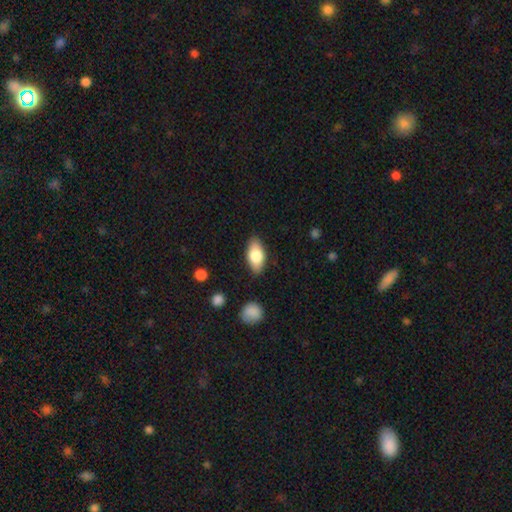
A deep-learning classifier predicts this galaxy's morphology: A smooth galaxy with no disk features (77%) that is in between round and cigar-shaped (89%).

Vote fractions:
- Smooth or featured? smooth: 77% / featured or disk: 17% / star or artifact: 6%
- How rounded? in between: 89% / cigar-shaped: 8% / round: 3%
- Merging? none: 84% / minor disturbance: 12% / major disturbance: 3% / merger: 2%